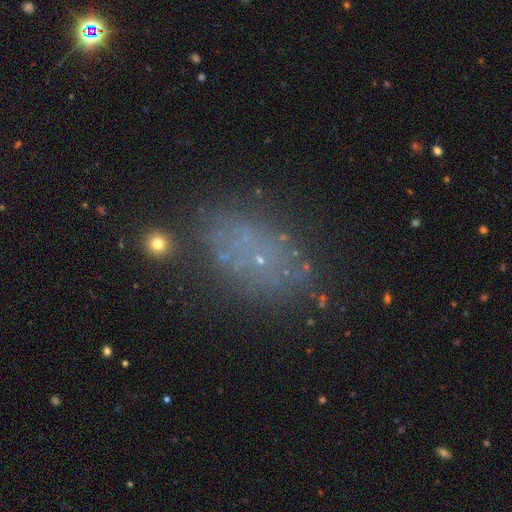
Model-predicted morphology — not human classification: Smooth or featured?
  - smooth: 46% *
  - star or artifact: 28%
  - featured or disk: 26%
Merging?
  - none: 70% *
  - minor disturbance: 15%
  - major disturbance: 9%
  - merger: 6%